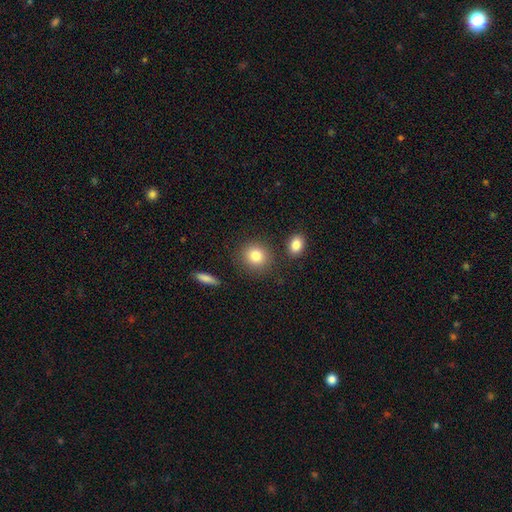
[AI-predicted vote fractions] smooth_or_featured: smooth (p=0.84) [alt: star or artifact p=0.09]
how_rounded: round (p=0.80) [alt: in between p=0.18]
merging: none (p=0.82) [alt: minor disturbance p=0.09]